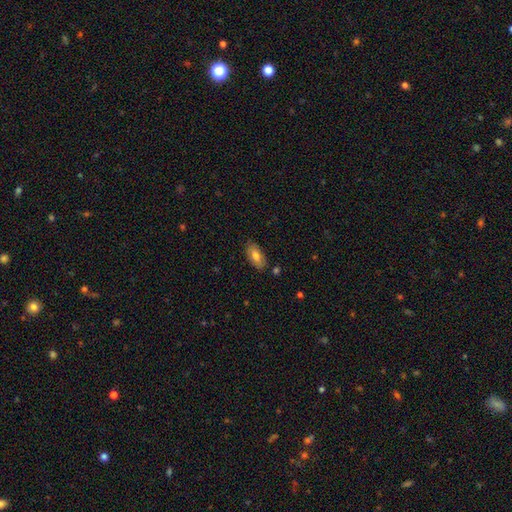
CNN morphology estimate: A smooth galaxy with no disk features (76%) that is in between round and cigar-shaped (92%). Merging: none (83%).